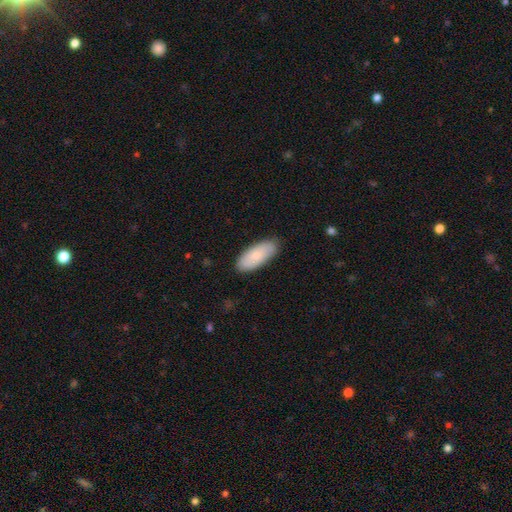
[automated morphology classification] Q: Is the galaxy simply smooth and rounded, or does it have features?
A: smooth — 78%.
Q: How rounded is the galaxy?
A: in between — 85%.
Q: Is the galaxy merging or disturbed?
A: none — 86%.